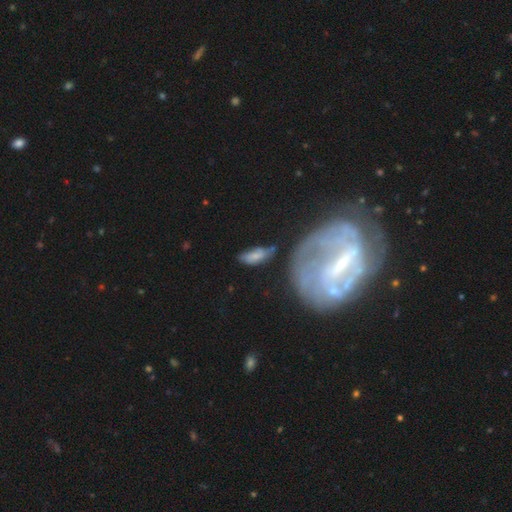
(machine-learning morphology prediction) This is likely a smooth galaxy (60%). How rounded: likely in between (80%). Merging: possibly none (51%).